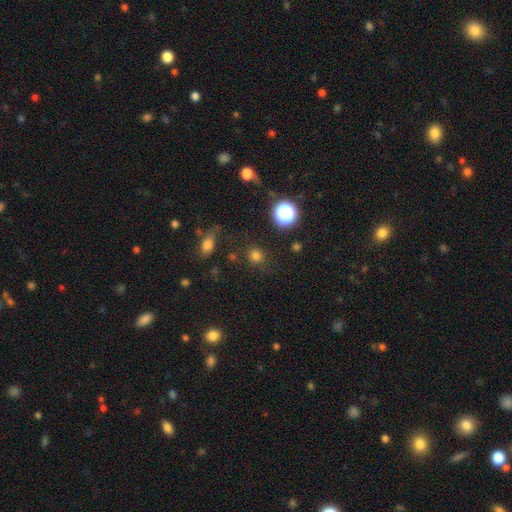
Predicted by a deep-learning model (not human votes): This appears to be a smooth galaxy with no disk features (76%) that is round (88%). Merging: none (80%).